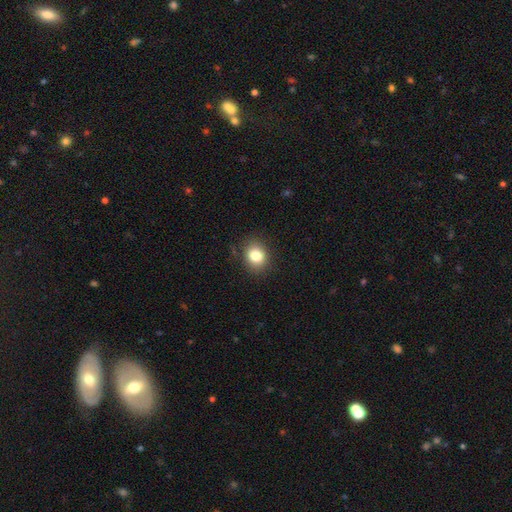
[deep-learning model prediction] The model was most divided on "how rounded": round: 61%, in between: 38%, cigar-shaped: 1%. More confident: merging — none (86%); smooth or featured — smooth (82%).